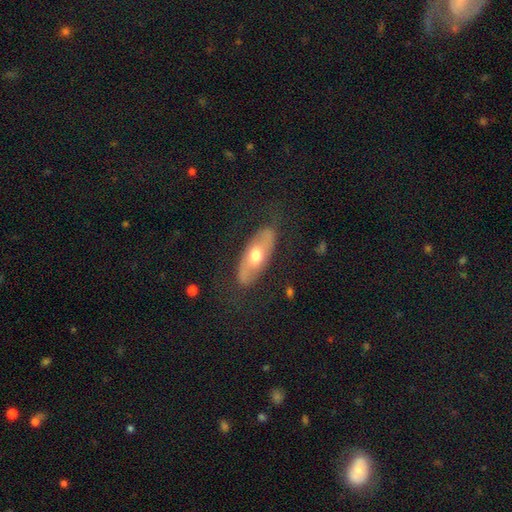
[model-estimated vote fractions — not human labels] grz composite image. It shows a smooth galaxy with no disk features (48%). Merging: none (76%).